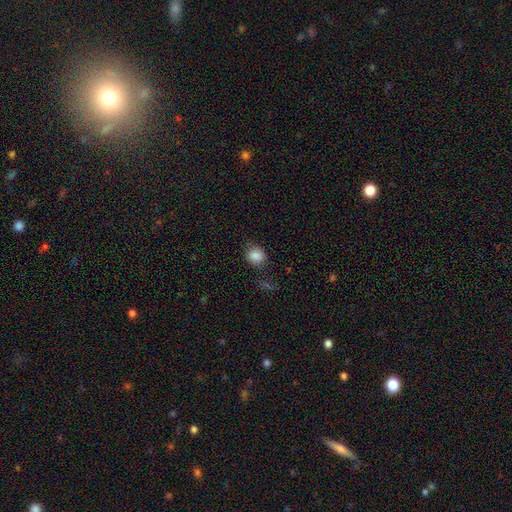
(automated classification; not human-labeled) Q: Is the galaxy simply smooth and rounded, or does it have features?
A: smooth — 85%.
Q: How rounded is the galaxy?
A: round — 72%.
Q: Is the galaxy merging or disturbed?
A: none — 76%.